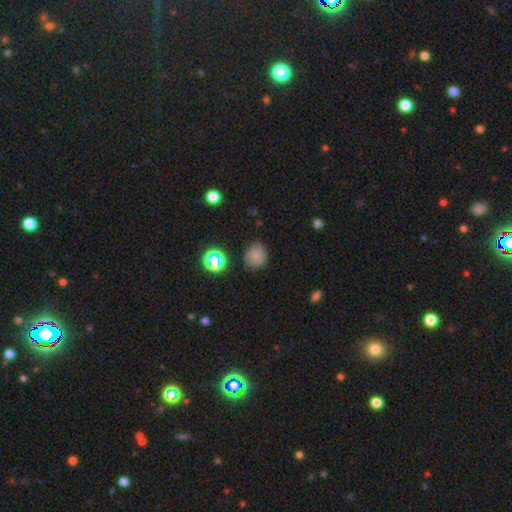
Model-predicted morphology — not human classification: A smooth galaxy with no disk features (74%) that is round (76%). Merging: none (77%).